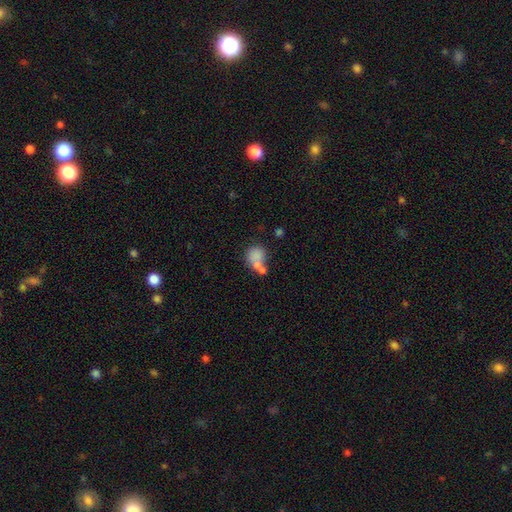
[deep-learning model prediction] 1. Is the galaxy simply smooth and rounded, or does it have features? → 72% smooth, 17% featured or disk, 11% star or artifact.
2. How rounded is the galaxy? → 60% round, 39% in between, 2% cigar-shaped.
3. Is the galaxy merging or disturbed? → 47% merger, 32% none, 12% minor disturbance, 9% major disturbance.